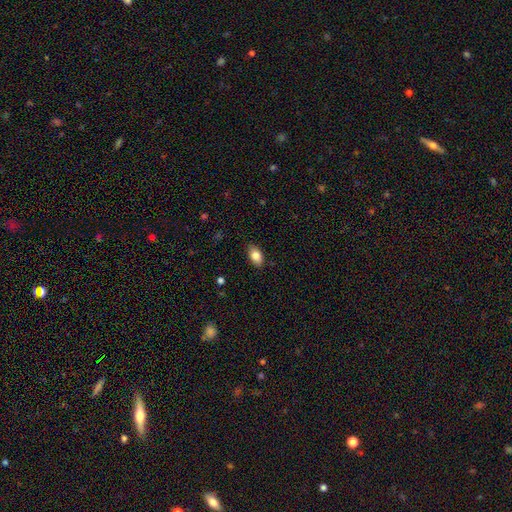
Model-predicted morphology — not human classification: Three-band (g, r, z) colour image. It shows a smooth galaxy with no disk features (82%) that is in between round and cigar-shaped (89%). Merging: none (86%).